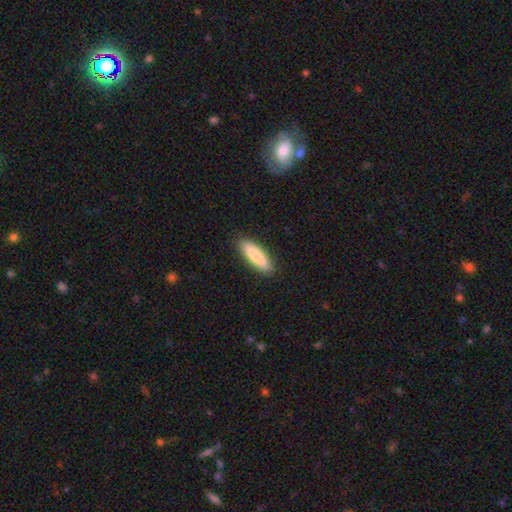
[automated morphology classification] type=smooth (77%); roundness=cigar-shaped (59%); merging=none (89%).